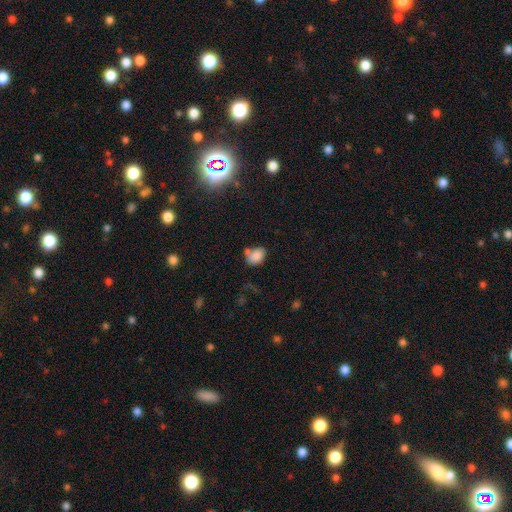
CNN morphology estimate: A smooth galaxy with no disk features (82%) that is in between round and cigar-shaped (71%). Merging: none (48%).